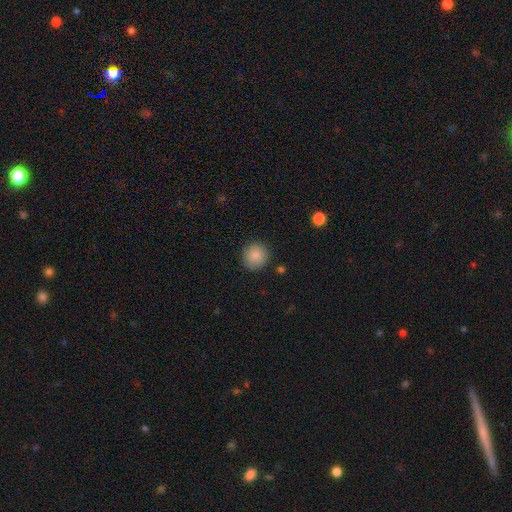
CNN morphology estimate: A smooth galaxy with no disk features (87%) that is round (93%).

Vote fractions:
- Smooth or featured? smooth: 87% / star or artifact: 9% / featured or disk: 5%
- How rounded? round: 93% / in between: 6% / cigar-shaped: 1%
- Merging? none: 88% / minor disturbance: 8% / major disturbance: 2% / merger: 1%